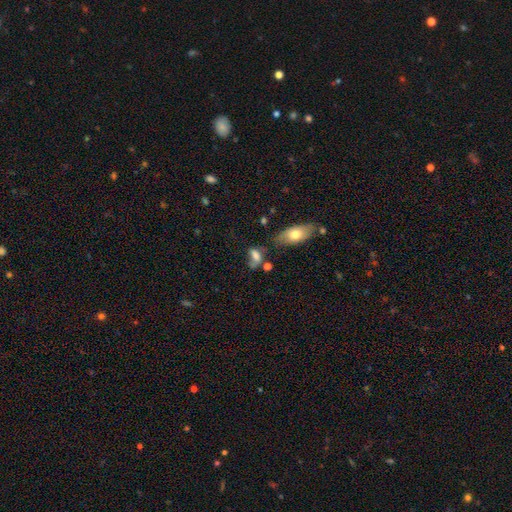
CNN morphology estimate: A smooth galaxy with no disk features (67%) that is in between round and cigar-shaped (83%). Merging: none (36%).